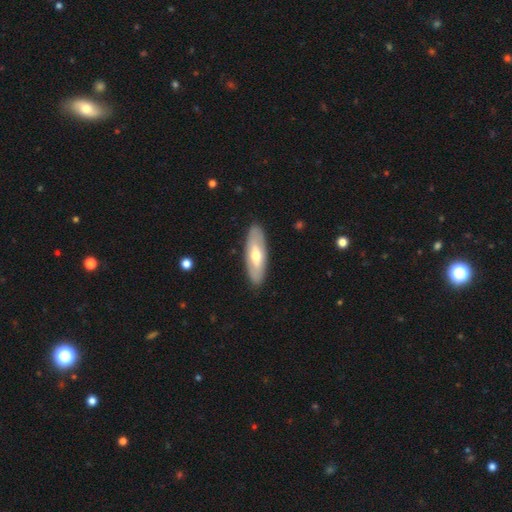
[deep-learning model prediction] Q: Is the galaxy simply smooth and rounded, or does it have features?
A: smooth — 50%.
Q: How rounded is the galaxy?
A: in between — 64%.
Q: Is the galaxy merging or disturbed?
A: none — 89%.